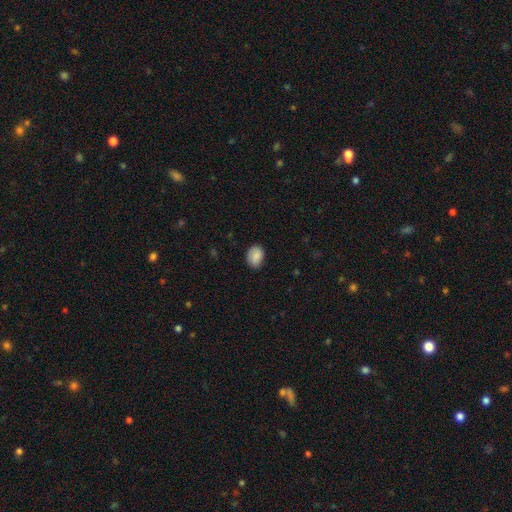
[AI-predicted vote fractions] Overall: smooth (82%). How rounded: in between (74%). Merging: none (77%).